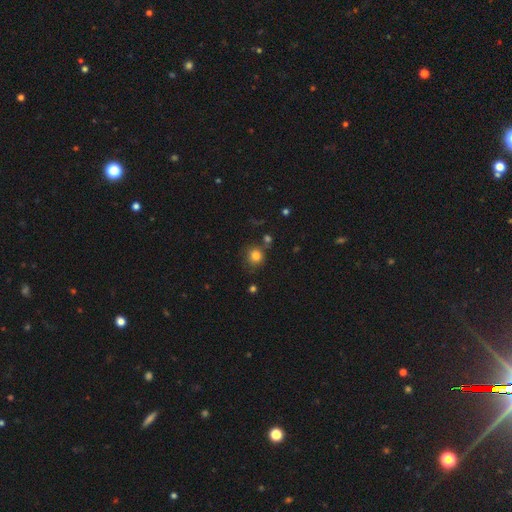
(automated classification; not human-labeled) Smooth or featured? smooth (82%)
How rounded? round (87%)
Merging? none (72%)